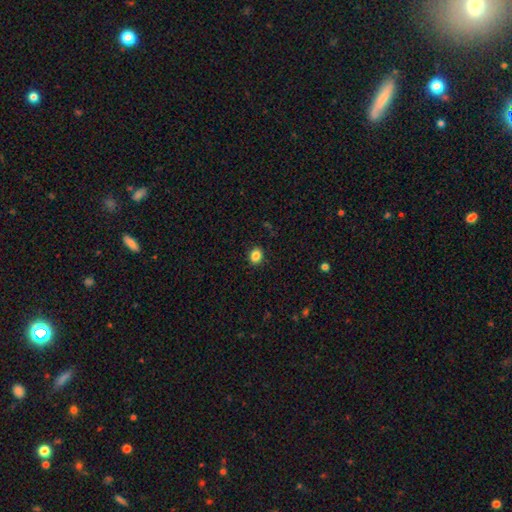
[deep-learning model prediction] Smooth or featured: smooth — 86% (star or artifact — 10%)
How rounded: round — 57% (in between — 42%)
Merging: none — 89% (minor disturbance — 8%)